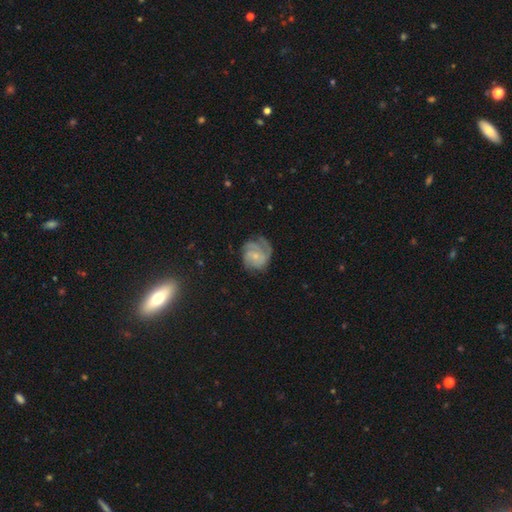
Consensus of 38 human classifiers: Smooth or featured: featured or disk — 82% (smooth — 16%)
Edge-on disk: no — 100%
Bar: no — 74% (strong — 13%)
Spiral arms: yes — 97% (no — 3%)
Spiral winding: tight — 73% (medium — 13%)
Spiral arm count: 3 — 43% (can't tell — 23%)
Bulge size: small — 65% (moderate — 26%)
Merging: none — 65% (minor disturbance — 16%)